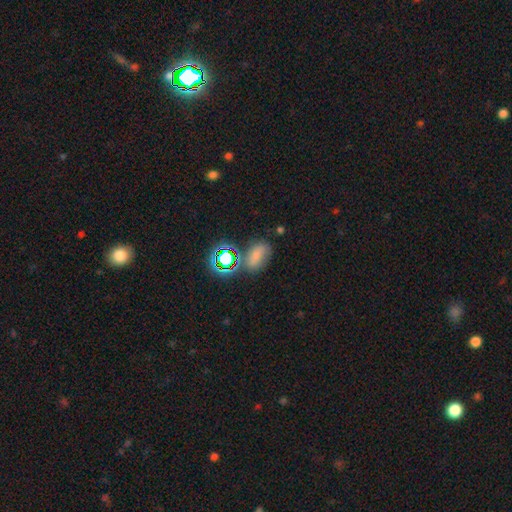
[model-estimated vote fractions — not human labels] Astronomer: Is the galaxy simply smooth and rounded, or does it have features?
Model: smooth — 58%.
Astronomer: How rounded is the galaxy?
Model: in between — 82%.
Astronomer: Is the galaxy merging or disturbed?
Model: none — 56%.